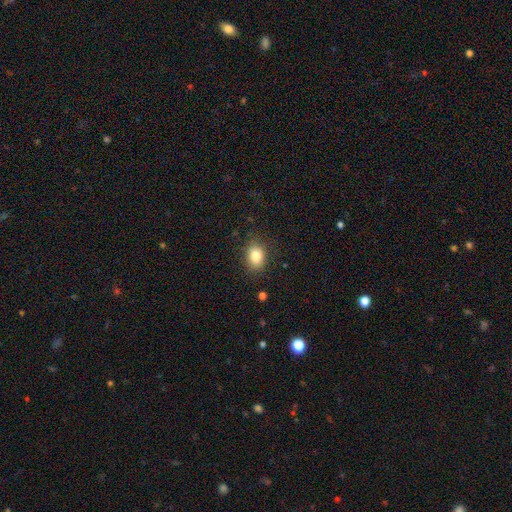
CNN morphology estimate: A smooth galaxy with no disk features (84%) that is in between round and cigar-shaped (67%).

Vote fractions:
- Smooth or featured? smooth: 84% / star or artifact: 10% / featured or disk: 7%
- How rounded? in between: 67% / round: 32% / cigar-shaped: 1%
- Merging? none: 83% / minor disturbance: 12% / major disturbance: 4% / merger: 1%